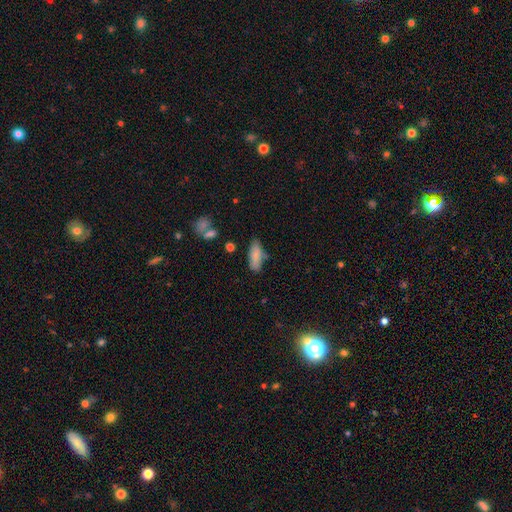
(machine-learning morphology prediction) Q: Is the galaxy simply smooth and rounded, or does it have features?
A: smooth — 84%.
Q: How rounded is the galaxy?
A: in between — 72%.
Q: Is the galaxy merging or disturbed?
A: none — 67%.